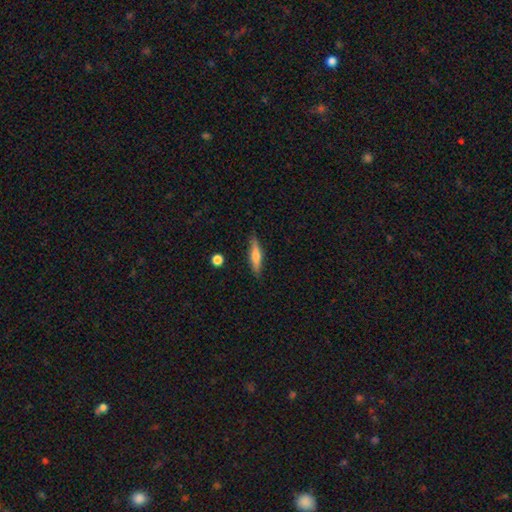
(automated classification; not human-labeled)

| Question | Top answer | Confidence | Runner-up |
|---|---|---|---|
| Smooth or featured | smooth | 59% | featured or disk (34%) |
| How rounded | cigar-shaped | 79% | in between (19%) |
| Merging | none | 87% | minor disturbance (9%) |